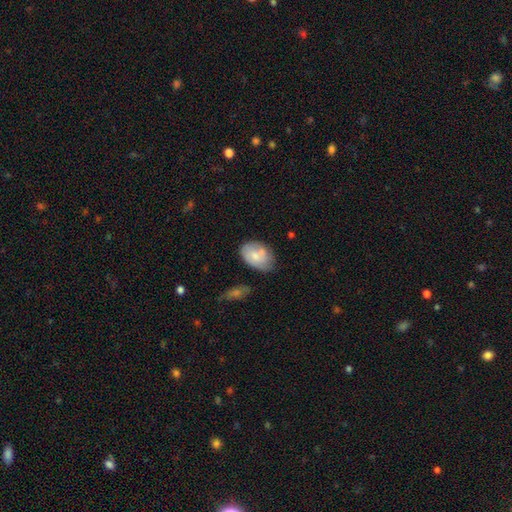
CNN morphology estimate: type=smooth (69%); roundness=in between (83%); merging=none (58%).